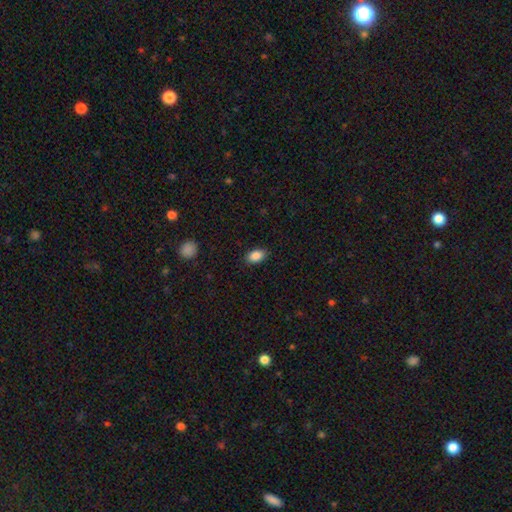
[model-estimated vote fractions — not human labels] Smooth or featured?
  - smooth: 88% *
  - star or artifact: 8%
  - featured or disk: 4%
How rounded?
  - in between: 90% *
  - round: 9%
  - cigar-shaped: 2%
Merging?
  - none: 87% *
  - minor disturbance: 9%
  - major disturbance: 2%
  - merger: 1%